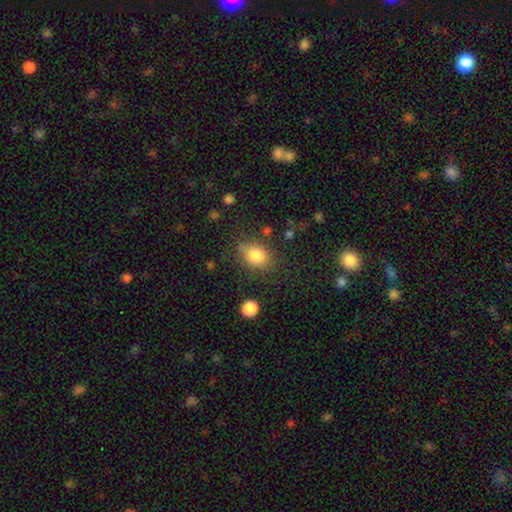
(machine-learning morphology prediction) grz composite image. It shows a smooth galaxy with no disk features (82%) that is in between round and cigar-shaped (51%). Merging: none (68%).